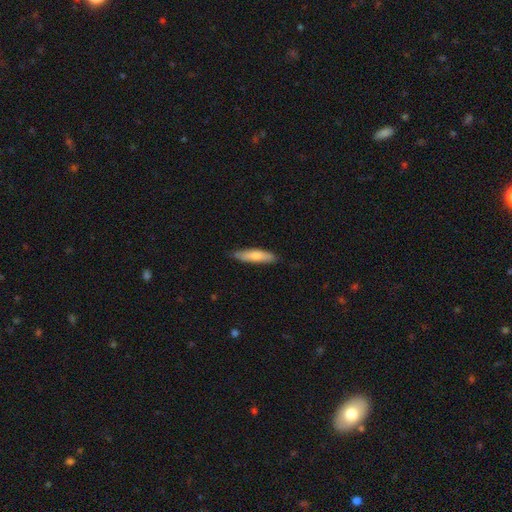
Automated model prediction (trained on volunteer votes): Q: Smooth or featured?
A: smooth (74%); runner-up: featured or disk (21%)
Q: How rounded?
A: cigar-shaped (72%); runner-up: in between (26%)
Q: Merging?
A: none (81%); runner-up: minor disturbance (16%)